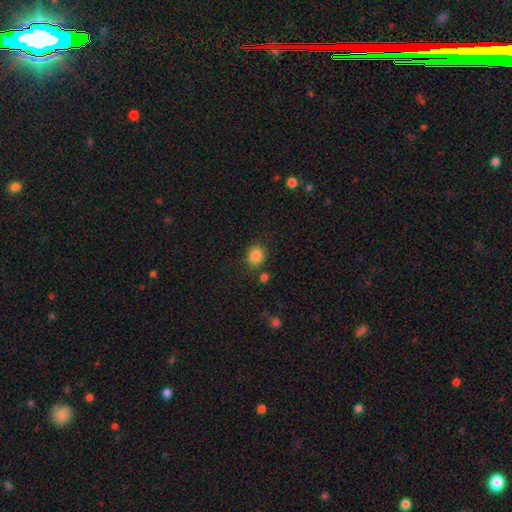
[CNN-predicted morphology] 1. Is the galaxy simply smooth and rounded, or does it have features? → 87% smooth, 10% star or artifact, 4% featured or disk.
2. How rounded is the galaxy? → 65% round, 35% in between, 1% cigar-shaped.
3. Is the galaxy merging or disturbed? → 80% none, 11% minor disturbance, 5% merger, 4% major disturbance.